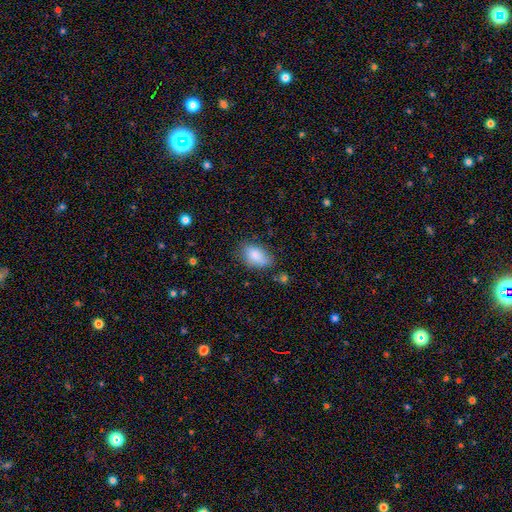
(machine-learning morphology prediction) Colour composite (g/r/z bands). It shows a smooth galaxy with no disk features (84%) that is in between round and cigar-shaped (91%). Merging: none (68%).